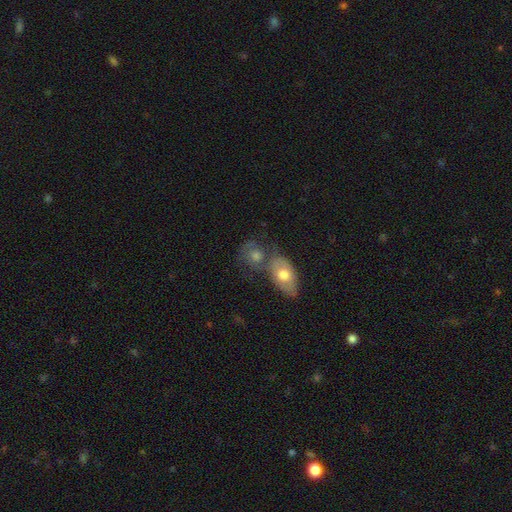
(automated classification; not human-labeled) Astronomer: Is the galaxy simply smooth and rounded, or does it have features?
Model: smooth — 54% (runner-up: featured or disk, 35%).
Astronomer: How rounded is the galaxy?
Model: in between — 49% (runner-up: round, 48%).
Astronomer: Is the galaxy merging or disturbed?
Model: merger — 45% (runner-up: none, 38%).